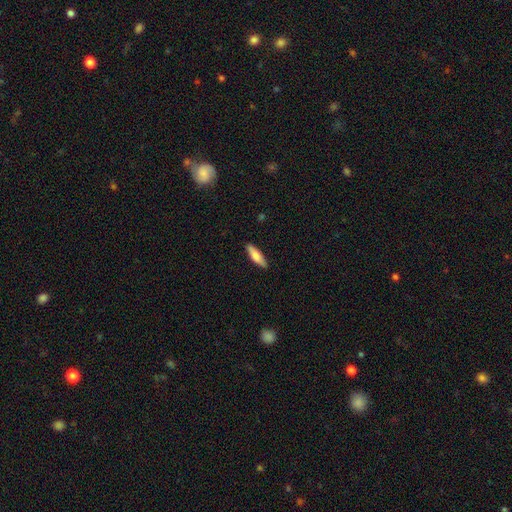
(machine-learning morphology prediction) smooth-or-featured: smooth: 73% | featured or disk: 22% | star or artifact: 6%
  how-rounded: cigar-shaped: 61% | in between: 37% | round: 2%
  merging: none: 87% | minor disturbance: 10% | major disturbance: 2% | merger: 1%